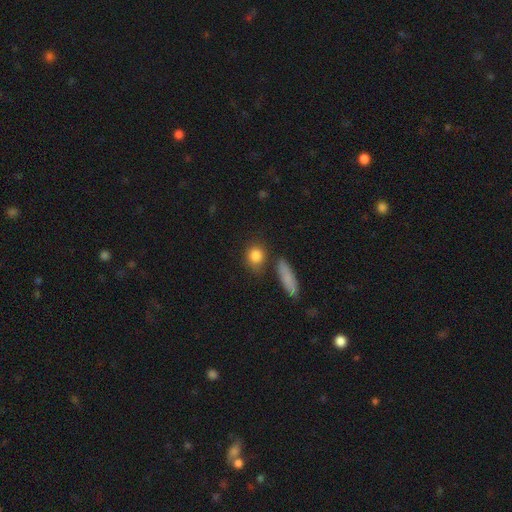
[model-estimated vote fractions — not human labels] This appears to be a smooth galaxy with no disk features (85%) that is round (68%). Merging: none (71%).